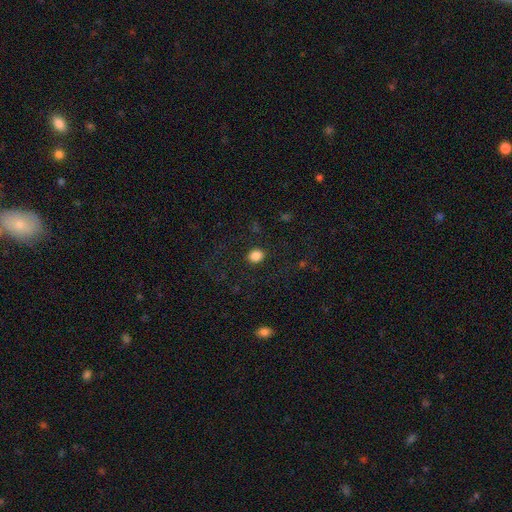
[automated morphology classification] A smooth galaxy with no disk features (85%) that is round (58%).

Vote fractions:
- Smooth or featured? smooth: 85% / star or artifact: 11% / featured or disk: 4%
- How rounded? round: 58% / in between: 41% / cigar-shaped: 1%
- Merging? none: 87% / minor disturbance: 8% / major disturbance: 4% / merger: 1%